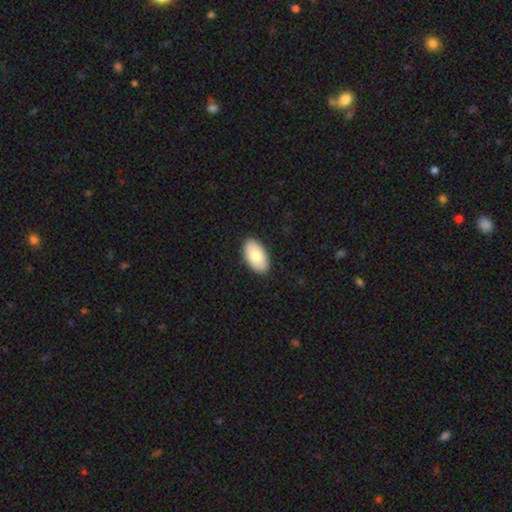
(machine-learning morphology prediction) Smooth or featured: smooth — 78% (featured or disk — 16%)
How rounded: in between — 95% (round — 3%)
Merging: none — 89% (minor disturbance — 8%)